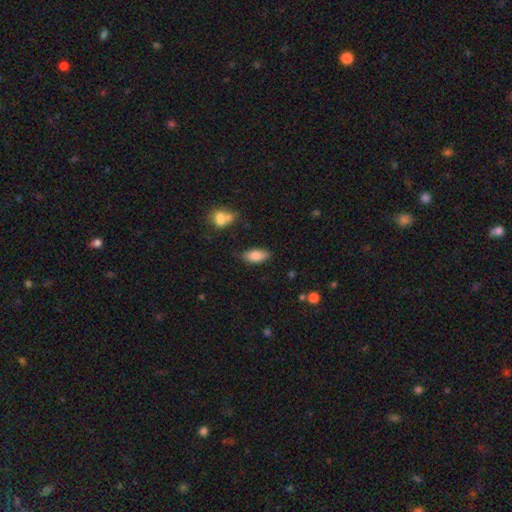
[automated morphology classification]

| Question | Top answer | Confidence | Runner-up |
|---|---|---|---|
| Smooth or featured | smooth | 83% | featured or disk (10%) |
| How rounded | in between | 87% | cigar-shaped (9%) |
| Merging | none | 69% | minor disturbance (23%) |